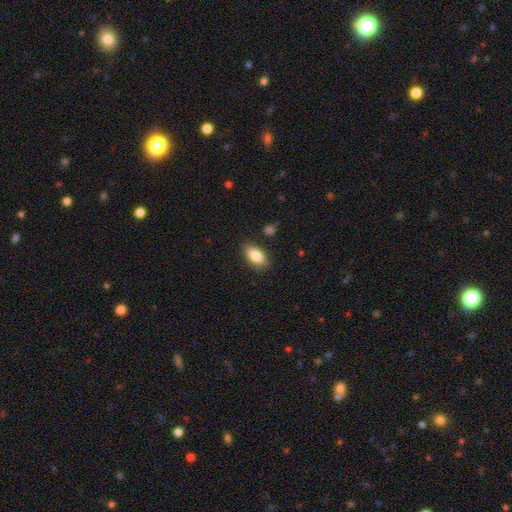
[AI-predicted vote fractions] smooth-or-featured: smooth: 85% | featured or disk: 8% | star or artifact: 7%
  how-rounded: in between: 90% | cigar-shaped: 5% | round: 5%
  merging: none: 86% | minor disturbance: 9% | major disturbance: 2% | merger: 2%